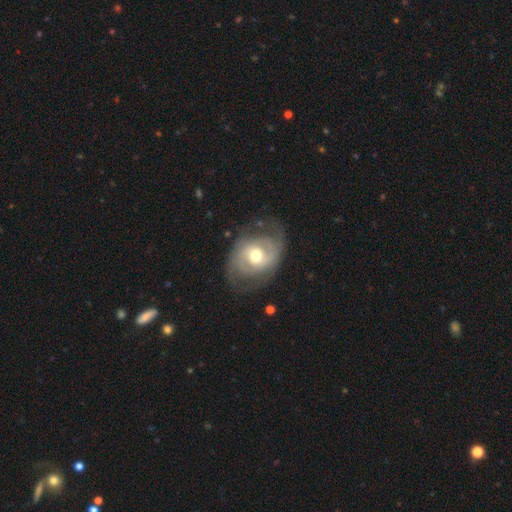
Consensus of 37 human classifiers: A featured or disk galaxy (65%) with no bar (79%), no spiral arms (63%) and a moderate central bulge (68%).

Vote fractions:
- Smooth or featured? featured or disk: 65% / smooth: 35% / star or artifact: 0%
- Edge-on disk? no: 79% / yes: 21%
- Bar? no: 79% / weak: 16% / strong: 5%
- Spiral arms? no: 63% / yes: 37%
- Bulge size? moderate: 68% / large: 16% / small: 16% / dominant: 0% / none: 0%
- Merging? none: 68% / major disturbance: 16% / minor disturbance: 14% / merger: 3%